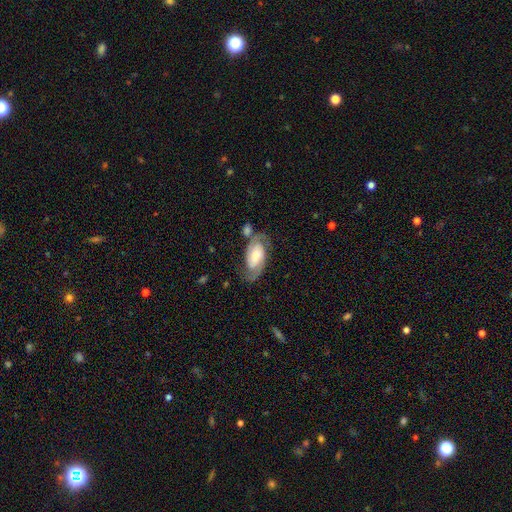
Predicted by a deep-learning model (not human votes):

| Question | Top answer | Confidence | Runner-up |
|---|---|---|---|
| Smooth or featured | featured or disk | 77% | smooth (17%) |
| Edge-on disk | no | 95% | yes (5%) |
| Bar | no | 45% | weak (38%) |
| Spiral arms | yes | 95% | no (5%) |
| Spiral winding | medium | 49% | tight (34%) |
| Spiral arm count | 2 | 88% | can't tell (6%) |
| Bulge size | moderate | 36% | small (31%) |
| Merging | none | 64% | minor disturbance (18%) |